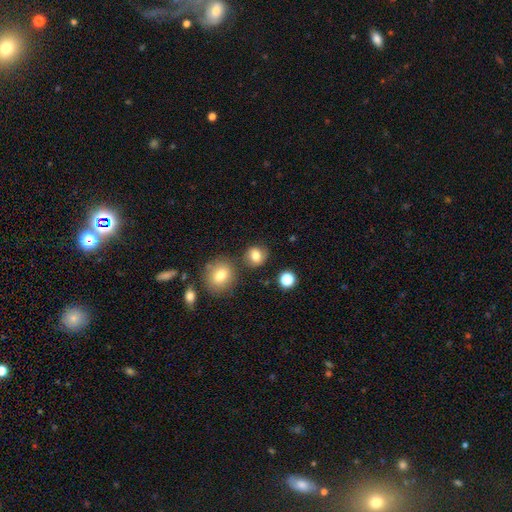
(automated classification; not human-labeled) Smooth or featured?
  - smooth: 77% *
  - star or artifact: 12%
  - featured or disk: 11%
How rounded?
  - round: 77% *
  - in between: 22%
  - cigar-shaped: 1%
Merging?
  - none: 75% *
  - minor disturbance: 14%
  - merger: 7%
  - major disturbance: 5%